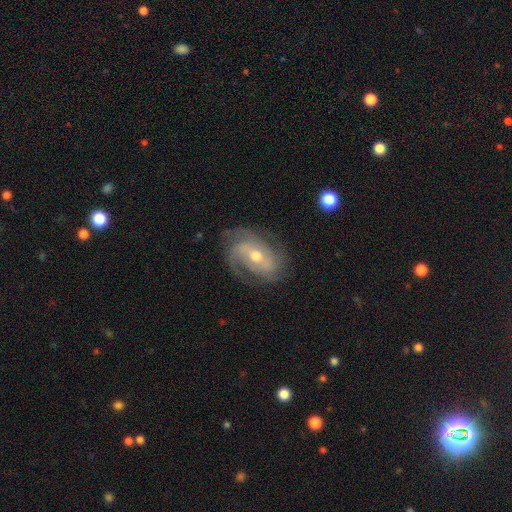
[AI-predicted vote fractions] Q: Smooth or featured?
A: featured or disk (86%); runner-up: smooth (8%)
Q: Edge-on disk?
A: no (96%); runner-up: yes (4%)
Q: Bar?
A: no (40%); tied with: weak (40%)
Q: Spiral arms?
A: yes (95%); runner-up: no (5%)
Q: Spiral winding?
A: tight (47%); runner-up: medium (40%)
Q: Spiral arm count?
A: 2 (38%); runner-up: 3 (27%)
Q: Bulge size?
A: moderate (65%); runner-up: small (30%)
Q: Merging?
A: none (71%); runner-up: minor disturbance (19%)